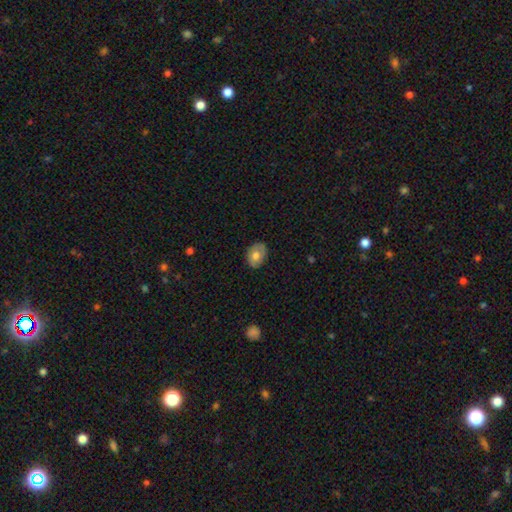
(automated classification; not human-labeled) Morphology: type=smooth (66%); roundness=in between (67%); merging=none (79%).